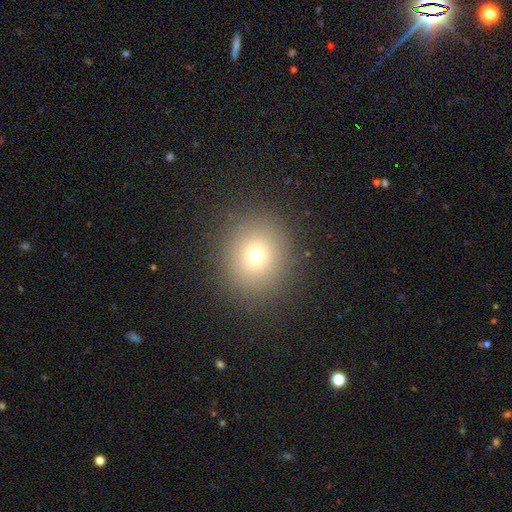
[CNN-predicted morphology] Q: Smooth or featured?
A: smooth (71%); runner-up: star or artifact (19%)
Q: How rounded?
A: round (87%); runner-up: in between (12%)
Q: Merging?
A: none (89%); runner-up: minor disturbance (6%)